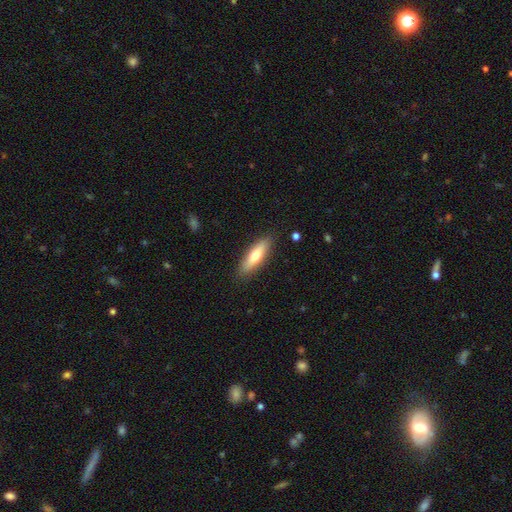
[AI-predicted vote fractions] A smooth galaxy with no disk features (63%) that is cigar-shaped (60%). Merging: none (87%).